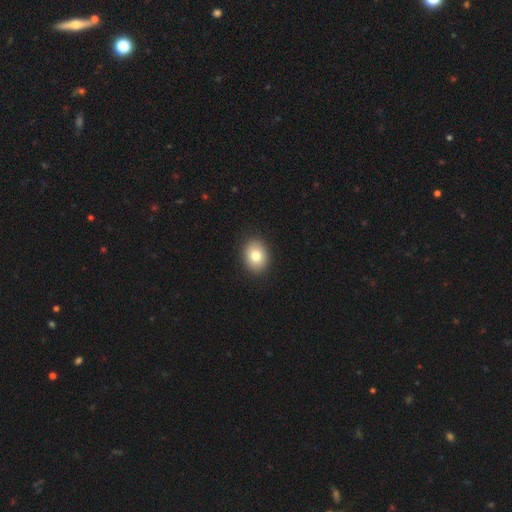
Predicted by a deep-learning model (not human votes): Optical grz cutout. It shows a smooth galaxy with no disk features (79%) that is in between round and cigar-shaped (55%). Merging: none (91%).